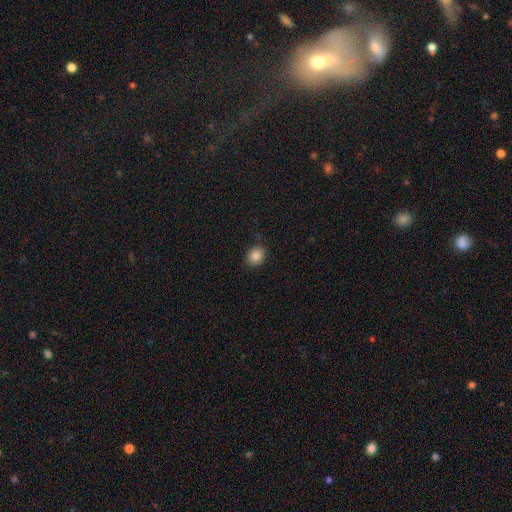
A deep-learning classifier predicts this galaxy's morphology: Smooth or featured? Predicted: smooth (p=0.86). How rounded? Predicted: round (p=0.64). Merging? Predicted: none (p=0.85).